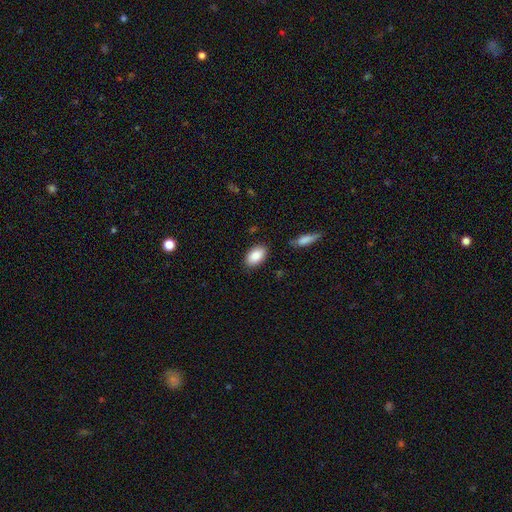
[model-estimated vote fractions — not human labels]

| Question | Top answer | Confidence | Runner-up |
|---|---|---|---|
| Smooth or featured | smooth | 87% | star or artifact (7%) |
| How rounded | in between | 93% | round (6%) |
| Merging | none | 85% | minor disturbance (10%) |